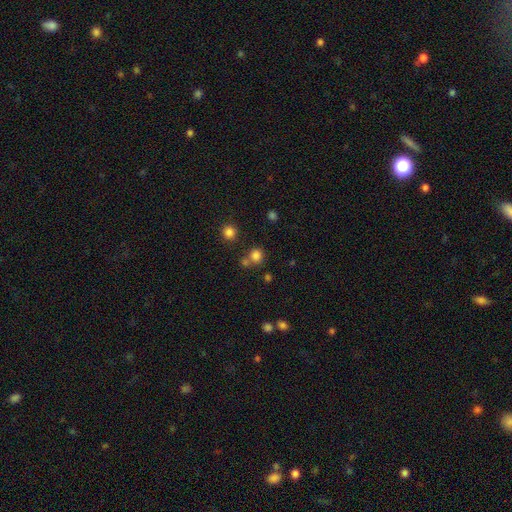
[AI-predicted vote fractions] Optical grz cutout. It shows a smooth galaxy with no disk features (77%) that is round (87%). Merging: none (64%).